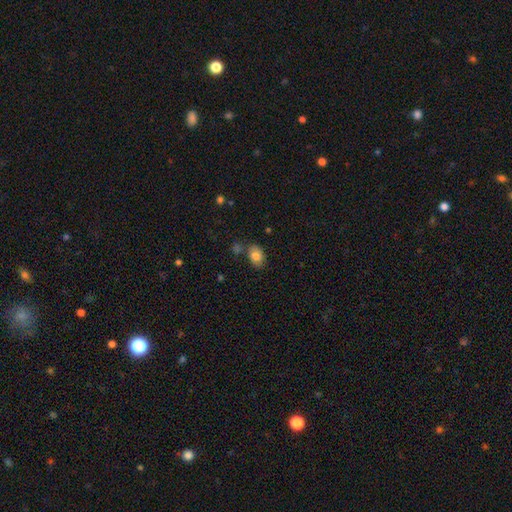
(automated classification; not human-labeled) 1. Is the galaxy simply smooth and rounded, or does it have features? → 81% smooth, 11% featured or disk, 8% star or artifact.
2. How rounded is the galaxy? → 82% in between, 17% round, 1% cigar-shaped.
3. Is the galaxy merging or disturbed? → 69% none, 17% minor disturbance, 10% merger, 4% major disturbance.